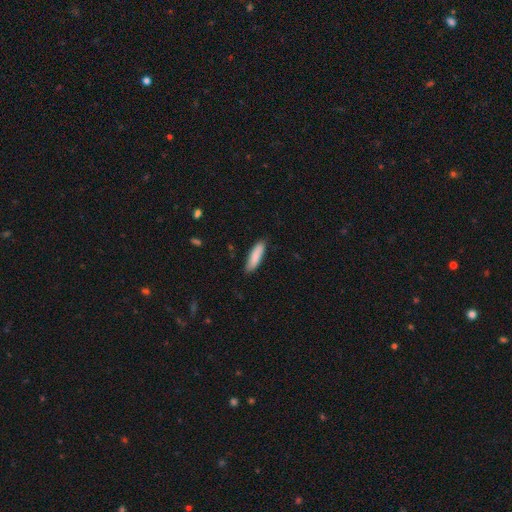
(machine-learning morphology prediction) Smooth or featured? Predicted: smooth (p=0.86). How rounded? Predicted: cigar-shaped (p=0.65). Merging? Predicted: none (p=0.85).